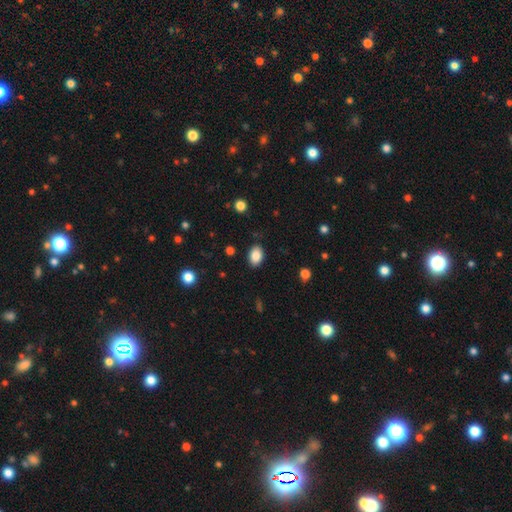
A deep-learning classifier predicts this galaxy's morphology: Overall: smooth (86%). How rounded: in between (84%). Merging: none (86%).